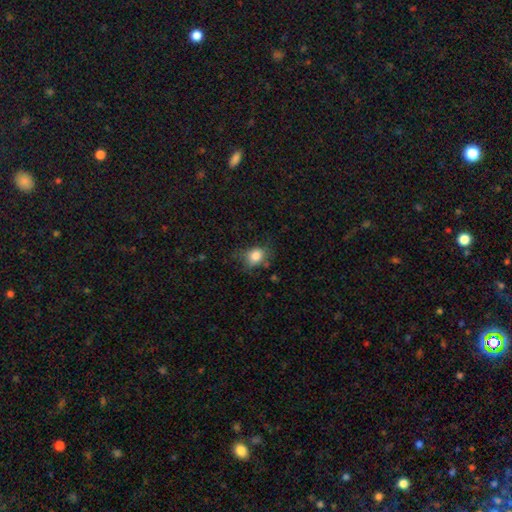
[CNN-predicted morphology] smooth 81%, star or artifact 10%, featured or disk 9%. Down the decision tree: how rounded — in between (51%); merging — none (61%).